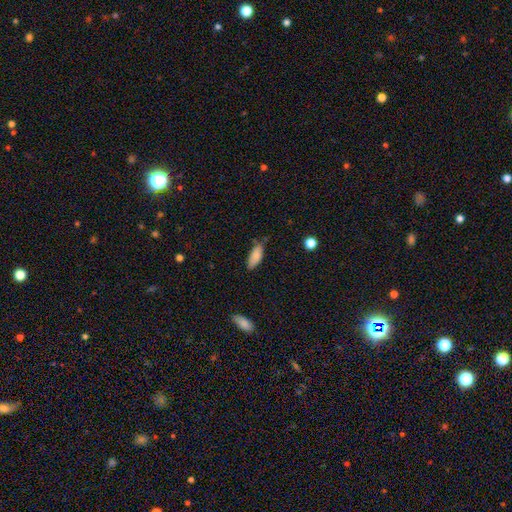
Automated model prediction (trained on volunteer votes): smooth-or-featured: smooth: 84% | featured or disk: 9% | star or artifact: 7%
  how-rounded: in between: 74% | cigar-shaped: 24% | round: 2%
  merging: none: 62% | minor disturbance: 29% | major disturbance: 5% | merger: 4%